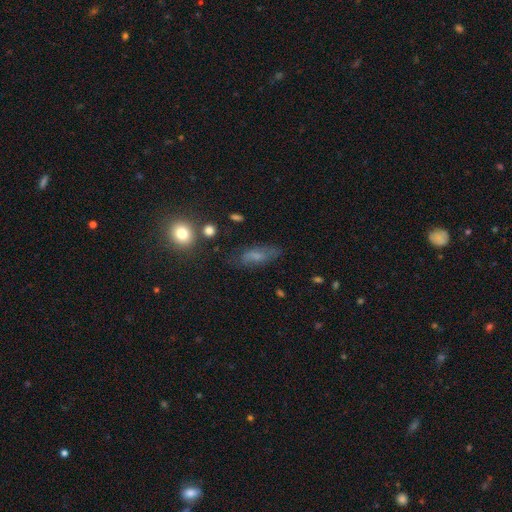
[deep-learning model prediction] A smooth galaxy with no disk features (54%) that is in between round and cigar-shaped (73%).

Vote fractions:
- Smooth or featured? smooth: 54% / featured or disk: 33% / star or artifact: 13%
- How rounded? in between: 73% / cigar-shaped: 20% / round: 7%
- Merging? none: 66% / minor disturbance: 22% / major disturbance: 9% / merger: 3%